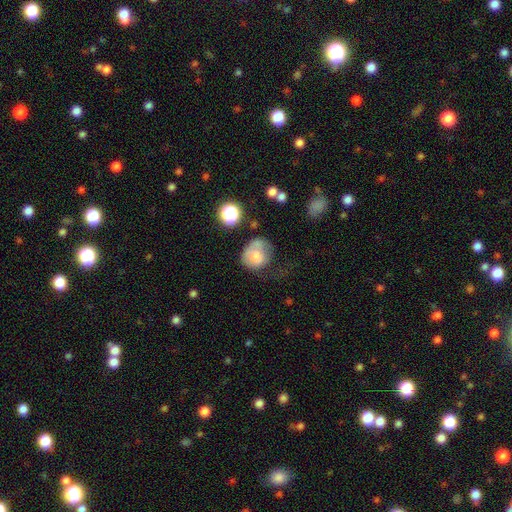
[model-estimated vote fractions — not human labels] Smooth or featured? Predicted: smooth (p=0.68). How rounded? Predicted: round (p=0.66). Merging? Predicted: none (p=0.31).